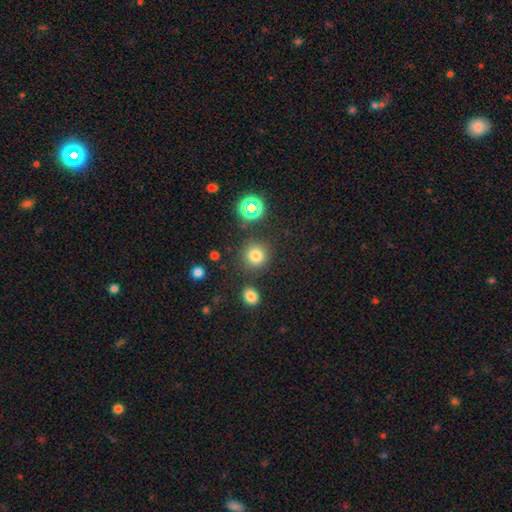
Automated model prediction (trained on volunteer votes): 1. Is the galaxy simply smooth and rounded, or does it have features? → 75% smooth, 18% star or artifact, 6% featured or disk.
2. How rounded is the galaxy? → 92% round, 7% in between, 1% cigar-shaped.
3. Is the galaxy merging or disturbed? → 83% none, 9% minor disturbance, 5% merger, 4% major disturbance.